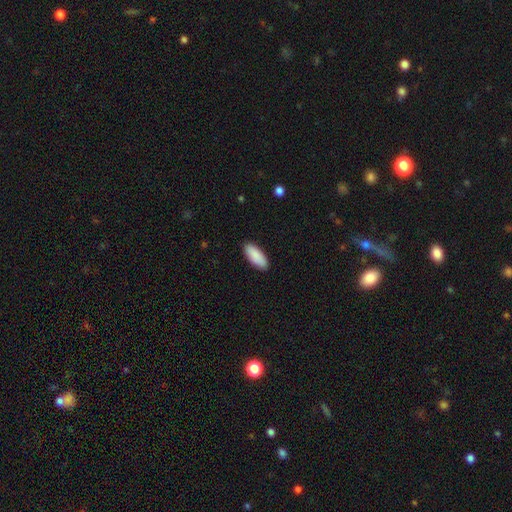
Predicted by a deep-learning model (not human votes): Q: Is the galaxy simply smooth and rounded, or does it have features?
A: smooth — 90%.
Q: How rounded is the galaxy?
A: in between — 80%.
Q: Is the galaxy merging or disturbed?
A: none — 90%.